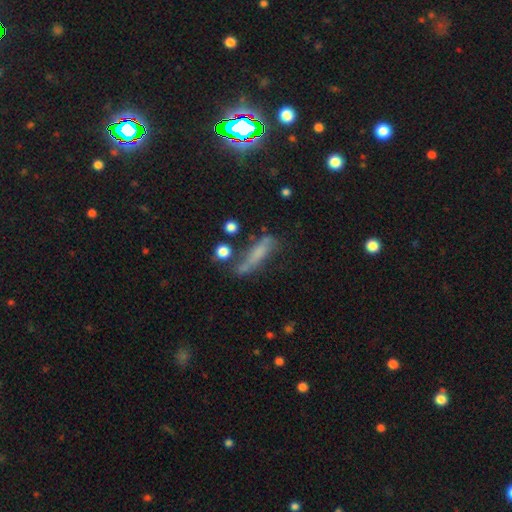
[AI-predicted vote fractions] A smooth galaxy with no disk features (55%) that is cigar-shaped (70%). Merging: none (46%).